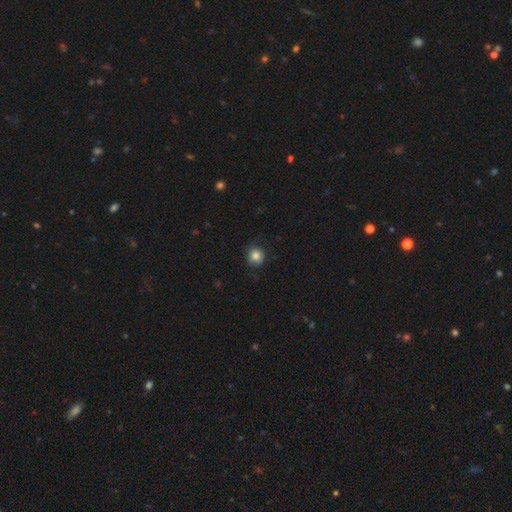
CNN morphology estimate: A smooth galaxy with no disk features (83%) that is round (90%). Merging: none (85%).